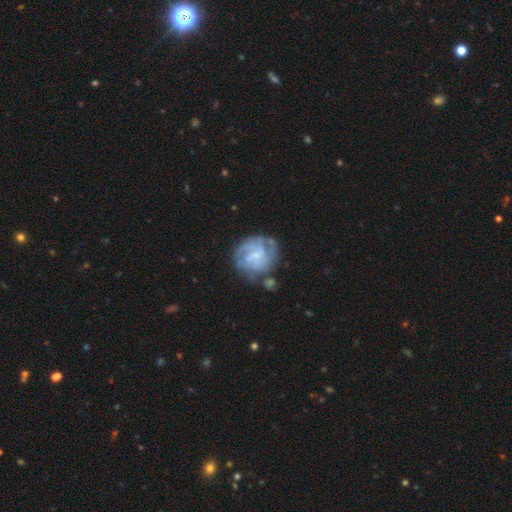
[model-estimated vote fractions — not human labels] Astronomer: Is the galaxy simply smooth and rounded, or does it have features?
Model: featured or disk — 74%.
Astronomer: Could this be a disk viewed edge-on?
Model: no — 98%.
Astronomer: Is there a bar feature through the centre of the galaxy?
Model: weak — 52% (runner-up: no, 33%).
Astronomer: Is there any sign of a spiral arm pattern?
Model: yes — 83%.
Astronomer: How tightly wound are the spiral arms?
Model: tight — 49% (runner-up: medium, 37%).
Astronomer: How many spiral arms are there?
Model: can't tell — 38% (runner-up: 2, 28%).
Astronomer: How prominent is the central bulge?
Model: small — 48% (runner-up: none, 27%).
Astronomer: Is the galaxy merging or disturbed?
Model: none — 57%.